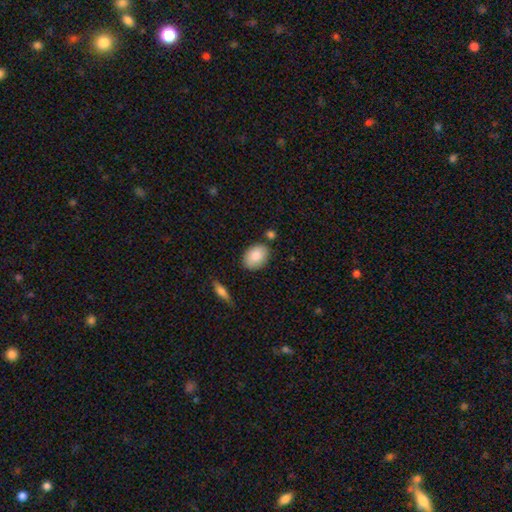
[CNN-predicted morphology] Overall: smooth (85%). How rounded: in between (80%). Merging: none (77%).